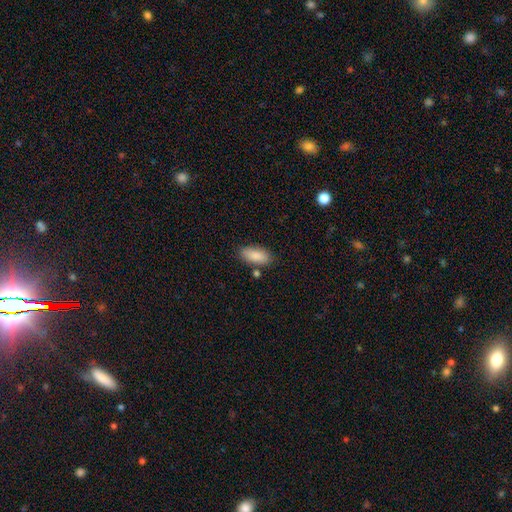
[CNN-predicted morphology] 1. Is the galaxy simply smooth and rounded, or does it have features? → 87% smooth, 6% star or artifact, 6% featured or disk.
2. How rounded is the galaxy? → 86% in between, 11% cigar-shaped, 2% round.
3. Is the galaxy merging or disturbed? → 79% none, 13% minor disturbance, 6% merger, 3% major disturbance.